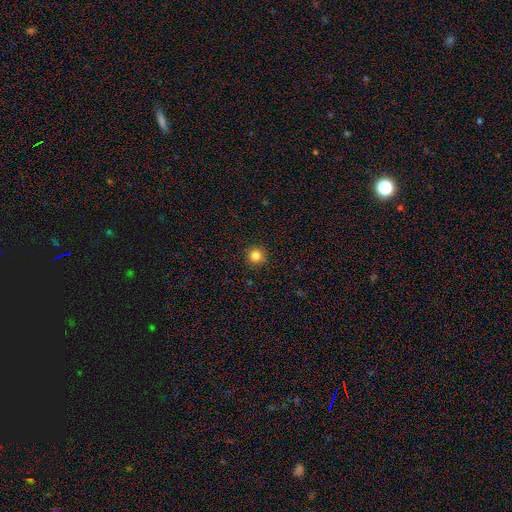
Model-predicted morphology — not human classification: smooth_or_featured: smooth (p=0.83) [alt: star or artifact p=0.12]
how_rounded: round (p=0.96) [alt: in between p=0.03]
merging: none (p=0.92) [alt: minor disturbance p=0.05]